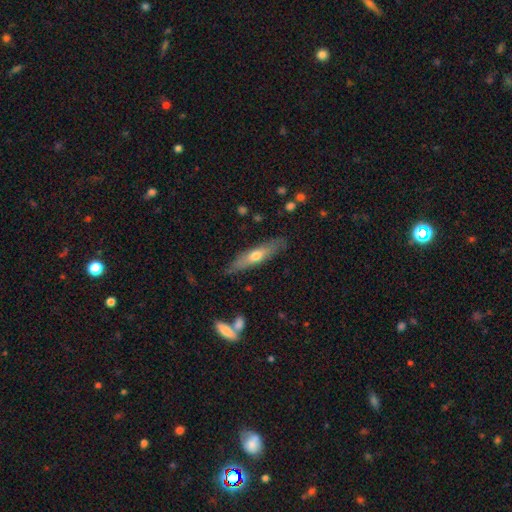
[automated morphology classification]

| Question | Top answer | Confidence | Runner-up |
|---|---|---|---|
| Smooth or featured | smooth | 50% | featured or disk (44%) |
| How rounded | cigar-shaped | 78% | in between (21%) |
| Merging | none | 81% | minor disturbance (14%) |